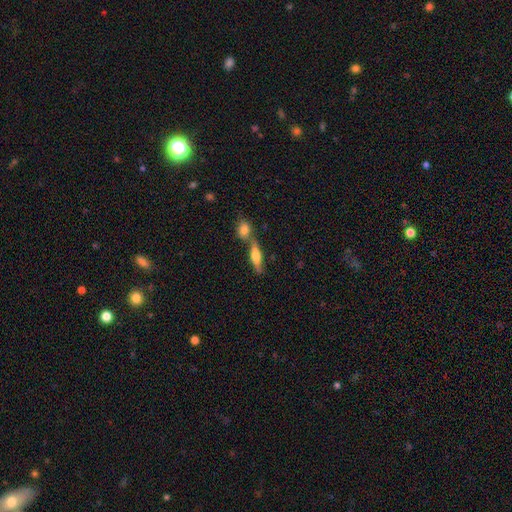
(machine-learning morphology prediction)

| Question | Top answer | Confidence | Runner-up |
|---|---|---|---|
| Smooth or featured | smooth | 52% | featured or disk (40%) |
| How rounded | cigar-shaped | 53% | in between (43%) |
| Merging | none | 51% | merger (35%) |